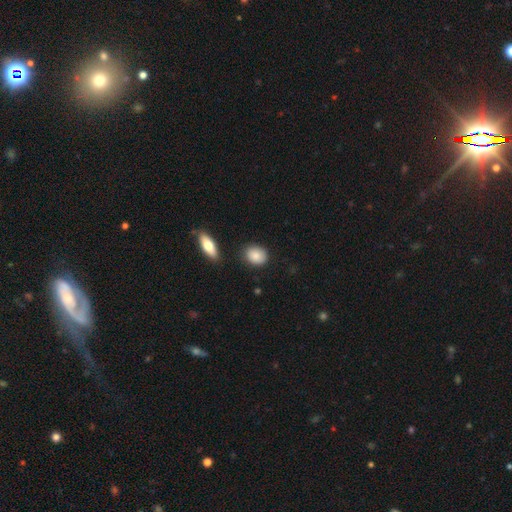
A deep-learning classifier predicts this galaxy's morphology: The model was most divided on "how rounded": in between: 53%, round: 44%, cigar-shaped: 2%. More confident: smooth or featured — smooth (87%); merging — none (81%).